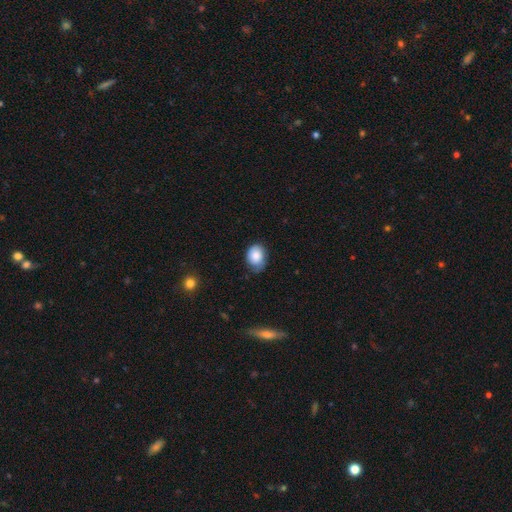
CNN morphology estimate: A smooth galaxy with no disk features (78%) that is in between round and cigar-shaped (57%). Merging: none (55%).